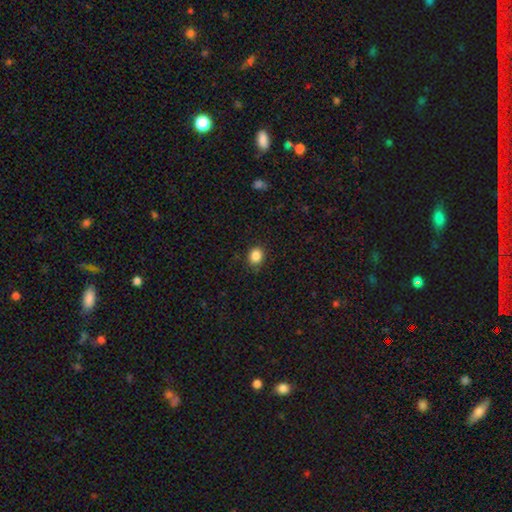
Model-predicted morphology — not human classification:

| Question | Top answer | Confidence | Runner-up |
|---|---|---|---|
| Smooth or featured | smooth | 86% | star or artifact (10%) |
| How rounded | round | 68% | in between (31%) |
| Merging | none | 87% | minor disturbance (10%) |